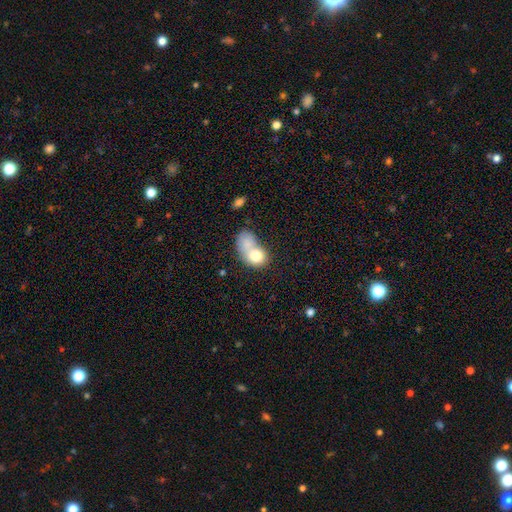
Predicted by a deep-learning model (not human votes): A smooth galaxy with no disk features (74%) that is in between round and cigar-shaped (54%). Merging: merger (66%).